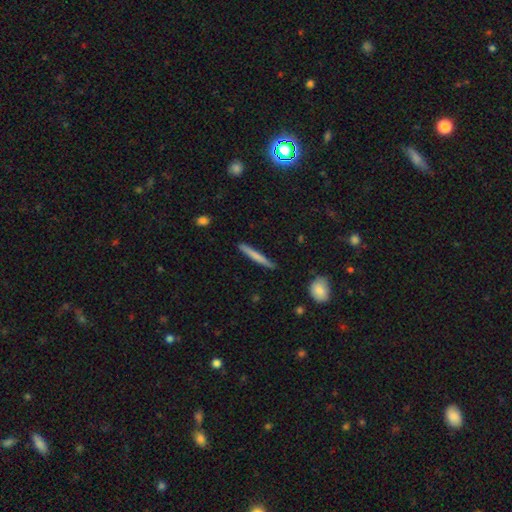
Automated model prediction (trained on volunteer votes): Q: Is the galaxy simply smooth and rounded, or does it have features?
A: smooth — 64%.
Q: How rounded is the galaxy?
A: cigar-shaped — 96%.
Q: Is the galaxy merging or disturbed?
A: none — 87%.